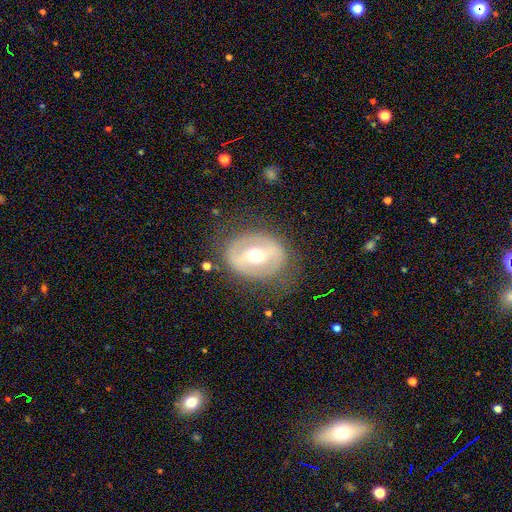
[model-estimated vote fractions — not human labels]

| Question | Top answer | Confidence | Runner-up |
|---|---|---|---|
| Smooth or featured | featured or disk | 63% | smooth (30%) |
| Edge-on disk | no | 93% | yes (7%) |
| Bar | strong | 45% | weak (33%) |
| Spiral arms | no | 74% | yes (26%) |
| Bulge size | moderate | 73% | small (14%) |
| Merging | none | 73% | minor disturbance (15%) |